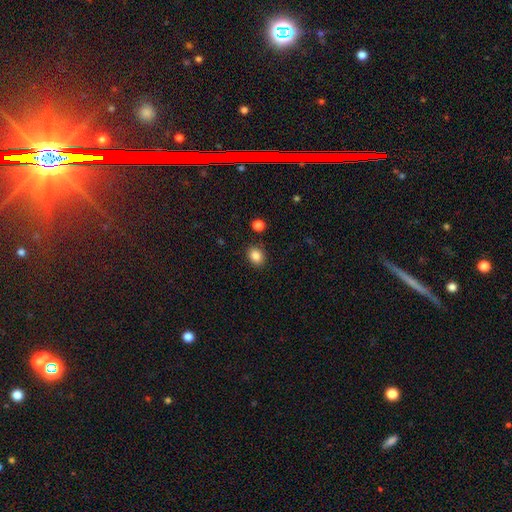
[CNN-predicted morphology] The model was most divided on "how rounded": in between: 52%, round: 47%, cigar-shaped: 1%. More confident: smooth or featured — smooth (86%); merging — none (85%).